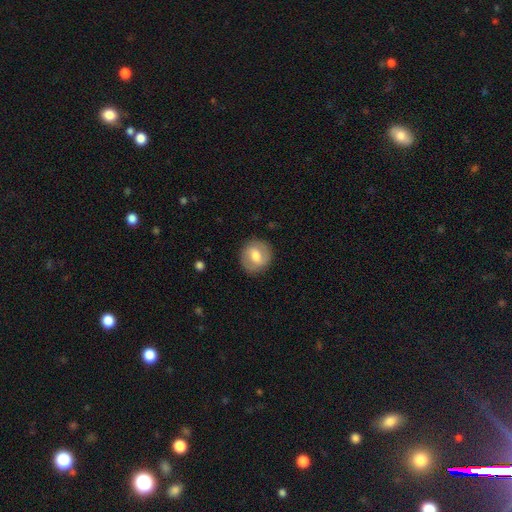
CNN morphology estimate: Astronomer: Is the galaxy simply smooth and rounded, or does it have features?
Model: smooth — 51% (runner-up: featured or disk, 42%).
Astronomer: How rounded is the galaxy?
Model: round — 81%.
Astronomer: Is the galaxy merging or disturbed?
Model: none — 85%.